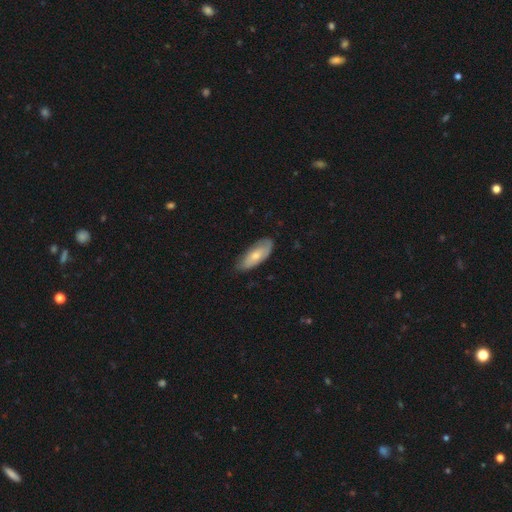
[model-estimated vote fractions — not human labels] Smooth or featured? smooth (62%)
How rounded? in between (81%)
Merging? none (68%)